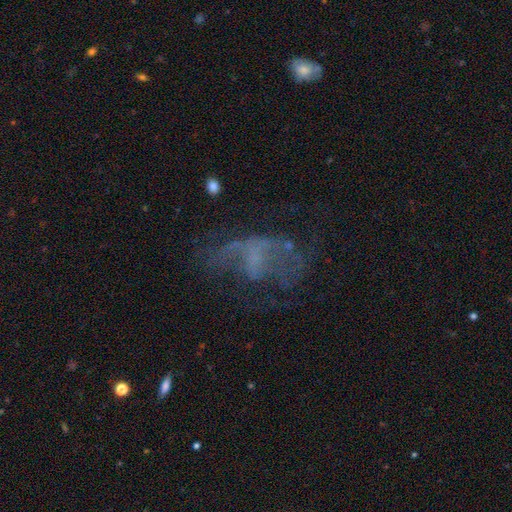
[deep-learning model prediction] This appears to be a featured or disk galaxy (53%) with no bar (74%), no spiral arms (71%) and no central bulge (67%). Merging: major disturbance (39%, tied with none).